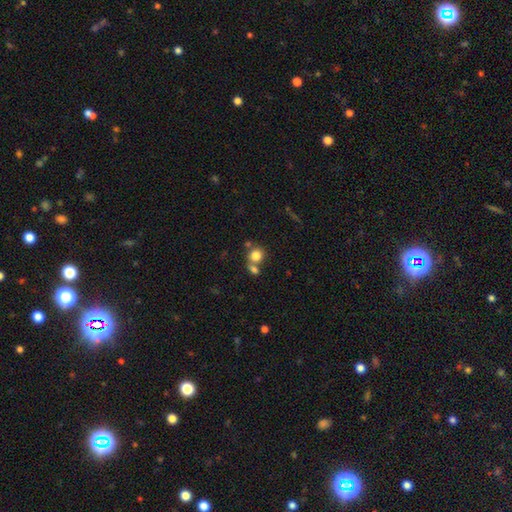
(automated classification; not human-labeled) smooth_or_featured: smooth (p=0.80) [alt: star or artifact p=0.11]
how_rounded: round (p=0.82) [alt: in between p=0.17]
merging: none (p=0.51) [alt: merger p=0.37]